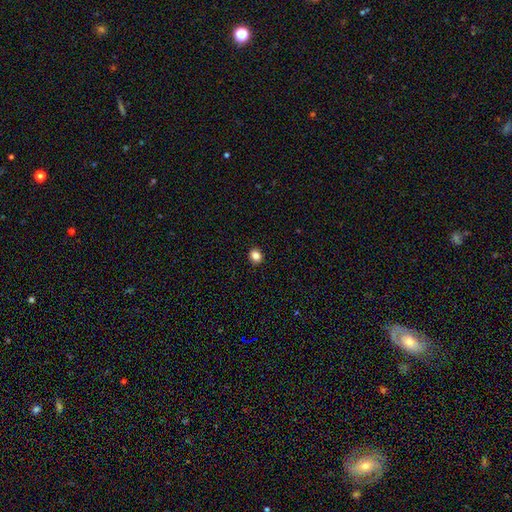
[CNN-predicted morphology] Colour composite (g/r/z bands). It shows a smooth galaxy with no disk features (85%) that is round (70%). Merging: none (92%).